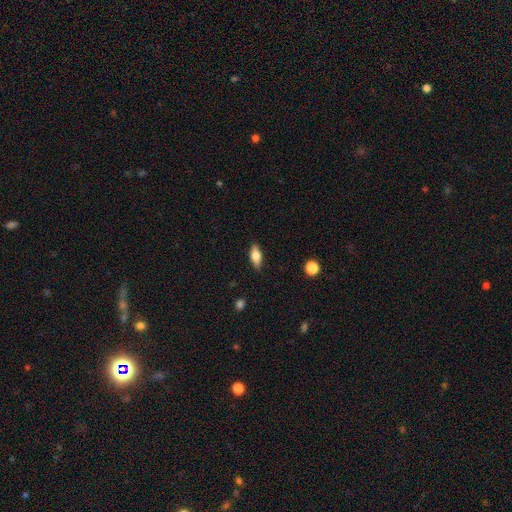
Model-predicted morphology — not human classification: A smooth galaxy with no disk features (67%) that is in between round and cigar-shaped (76%). Merging: none (87%).